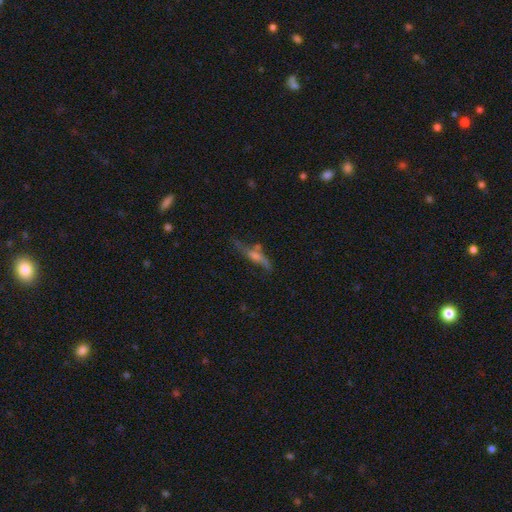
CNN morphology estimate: Overall: featured or disk (56%; smooth 33%). Edge-on disk: yes (52%; no 48%). Merging: none (44%; minor disturbance 24%).